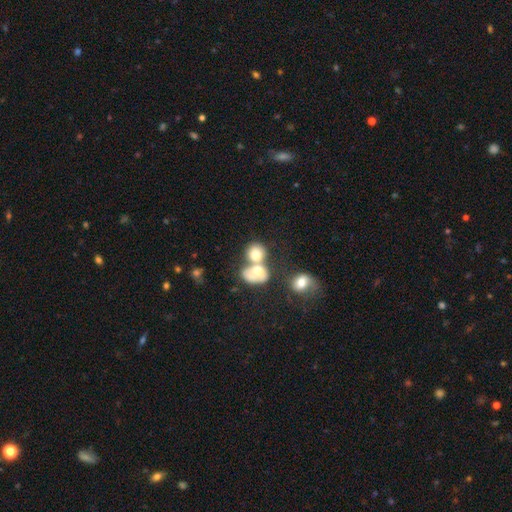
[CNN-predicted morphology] Q: Smooth or featured?
A: smooth (67%); runner-up: featured or disk (23%)
Q: How rounded?
A: round (60%); runner-up: in between (38%)
Q: Merging?
A: merger (59%); runner-up: none (27%)